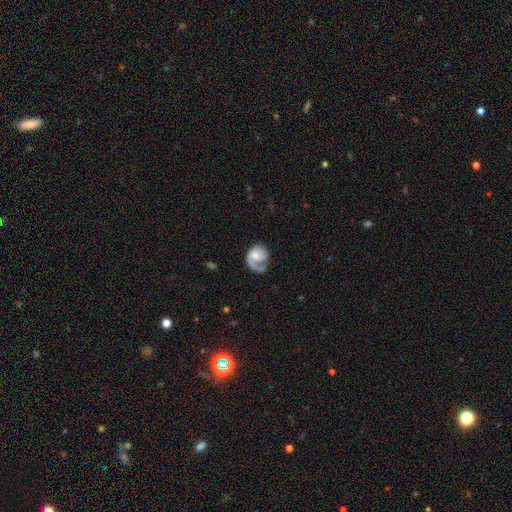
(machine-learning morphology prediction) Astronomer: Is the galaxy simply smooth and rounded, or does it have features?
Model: featured or disk — 73%.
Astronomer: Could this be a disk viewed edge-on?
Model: no — 98%.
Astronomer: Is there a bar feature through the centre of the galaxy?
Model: no — 73%.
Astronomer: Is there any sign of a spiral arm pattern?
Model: yes — 90%.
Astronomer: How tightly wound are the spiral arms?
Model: tight — 37% (runner-up: medium, 34%).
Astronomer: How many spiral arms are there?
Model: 1 — 83%.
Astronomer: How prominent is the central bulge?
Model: small — 43% (runner-up: moderate, 42%).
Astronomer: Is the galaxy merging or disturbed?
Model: none — 45% (runner-up: major disturbance, 32%).